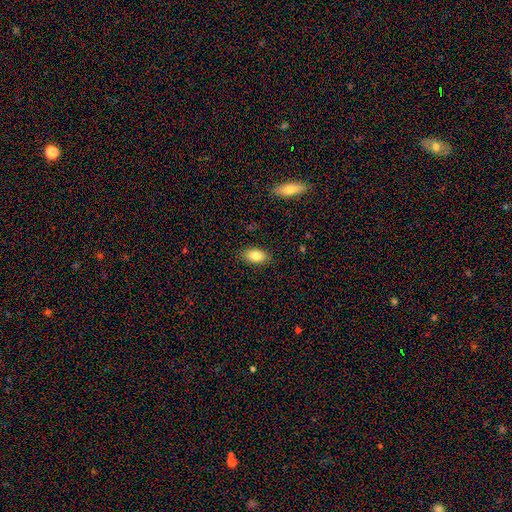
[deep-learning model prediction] smooth 83%, featured or disk 9%, star or artifact 8%. Down the decision tree: how rounded — in between (92%); merging — none (87%).